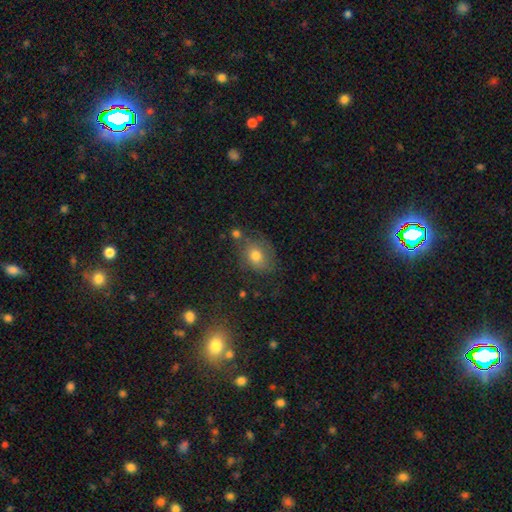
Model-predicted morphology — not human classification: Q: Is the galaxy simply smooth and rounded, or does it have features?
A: smooth — 67%.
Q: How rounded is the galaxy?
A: round — 58%.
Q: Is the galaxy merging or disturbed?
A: none — 60%.